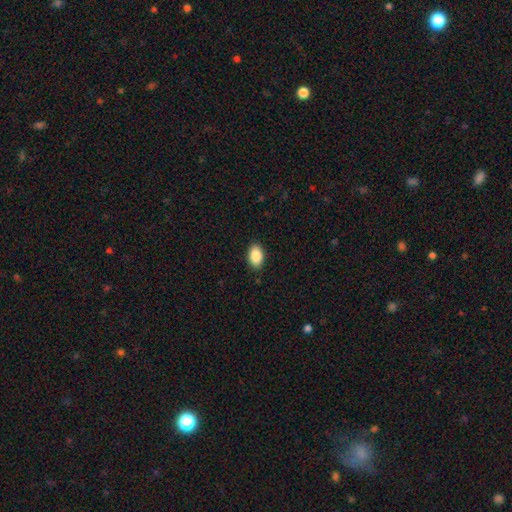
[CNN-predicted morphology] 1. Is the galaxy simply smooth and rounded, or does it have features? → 89% smooth, 7% star or artifact, 4% featured or disk.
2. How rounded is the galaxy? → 92% in between, 6% round, 1% cigar-shaped.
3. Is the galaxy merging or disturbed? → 88% none, 9% minor disturbance, 2% major disturbance, 1% merger.